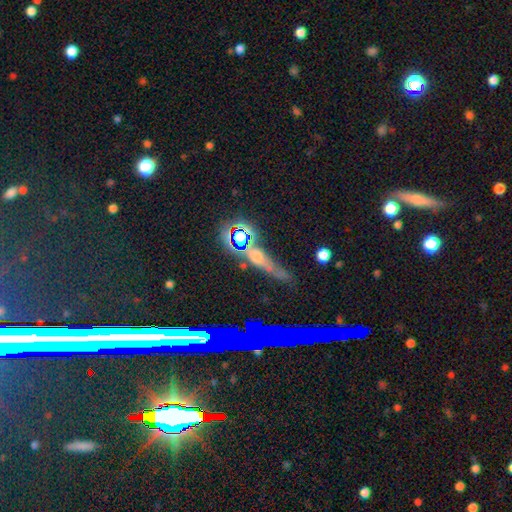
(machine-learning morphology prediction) Smooth or featured: star or artifact — 43% (smooth — 29%)